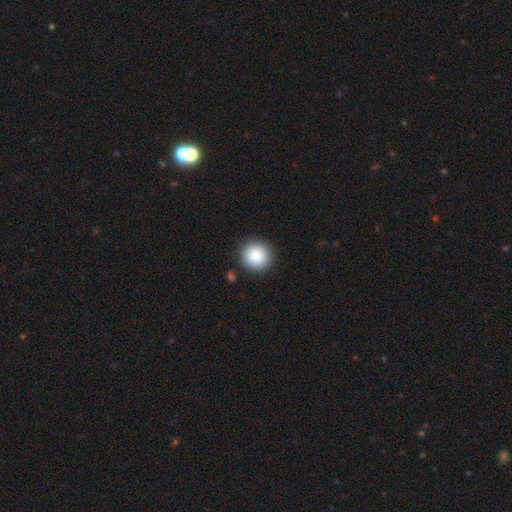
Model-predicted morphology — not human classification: This appears to be a smooth galaxy with no disk features (87%) that is round (95%). Merging: none (90%).